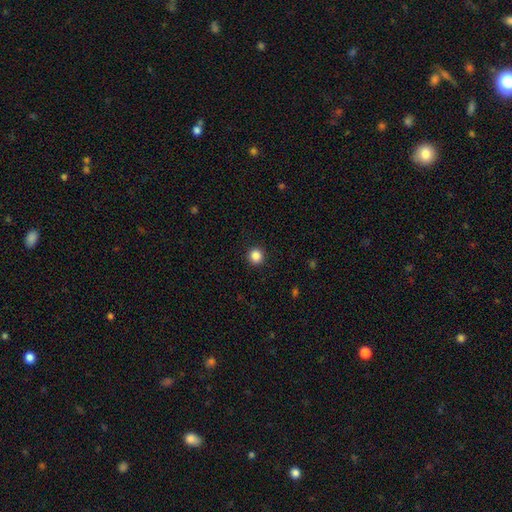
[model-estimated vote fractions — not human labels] Smooth or featured: smooth — 86% (star or artifact — 10%)
How rounded: round — 94% (in between — 5%)
Merging: none — 92% (minor disturbance — 5%)